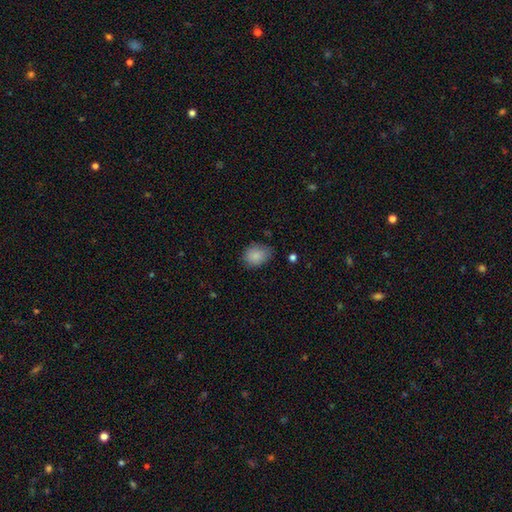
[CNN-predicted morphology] smooth-or-featured: smooth: 86% | star or artifact: 9% | featured or disk: 6%
  how-rounded: in between: 55% | round: 44% | cigar-shaped: 1%
  merging: none: 69% | minor disturbance: 24% | major disturbance: 5% | merger: 2%